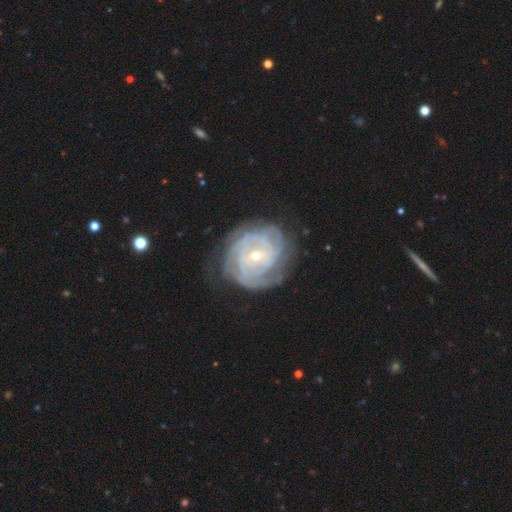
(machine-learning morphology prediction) This appears to be a featured or disk galaxy (86%) with no bar (63%), tight (76%) spiral arms (94%) and a small central bulge (72%). Merging: none (69%).